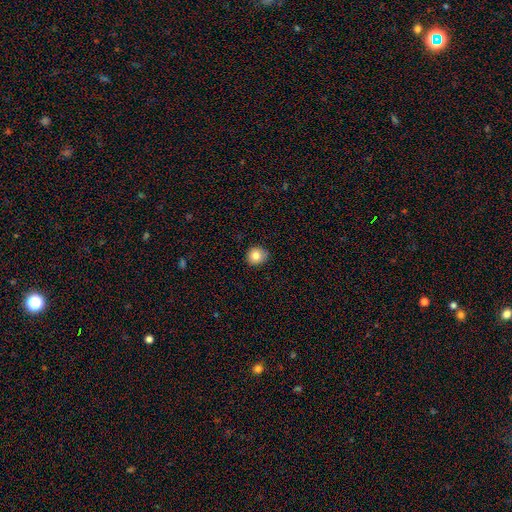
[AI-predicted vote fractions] This appears to be a smooth galaxy with no disk features (82%) that is round (84%). Merging: none (88%).